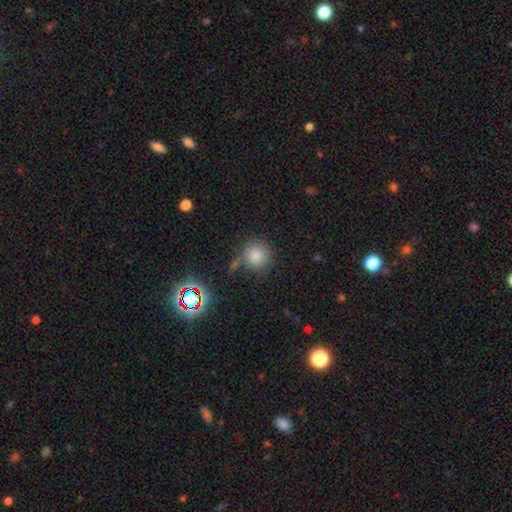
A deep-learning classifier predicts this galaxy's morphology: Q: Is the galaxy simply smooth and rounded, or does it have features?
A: smooth — 80%.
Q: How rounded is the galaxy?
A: round — 92%.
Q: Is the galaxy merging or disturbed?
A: none — 70%.